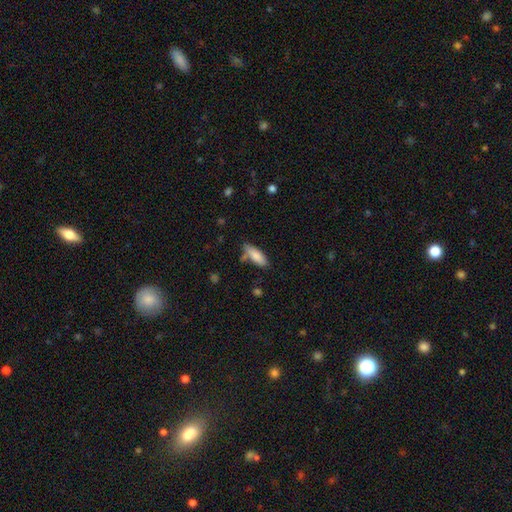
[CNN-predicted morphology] smooth_or_featured: smooth (p=0.83) [alt: featured or disk p=0.10]
how_rounded: in between (p=0.66) [alt: cigar-shaped p=0.32]
merging: none (p=0.69) [alt: minor disturbance p=0.19]